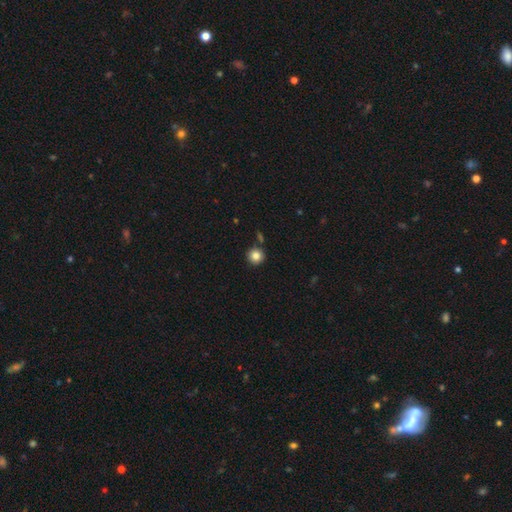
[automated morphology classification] smooth_or_featured: smooth (p=0.84) [alt: star or artifact p=0.11]
how_rounded: round (p=0.95) [alt: in between p=0.04]
merging: none (p=0.85) [alt: minor disturbance p=0.07]